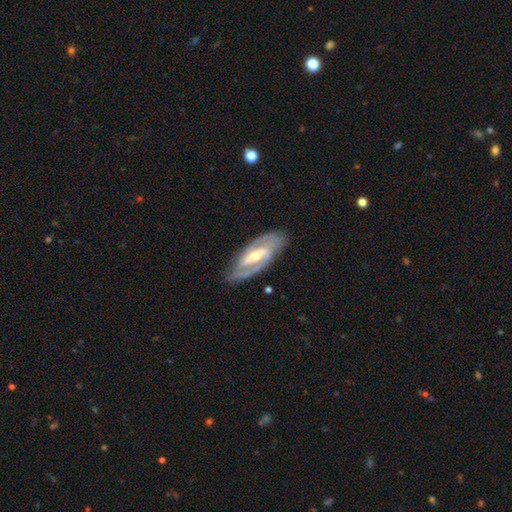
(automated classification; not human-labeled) This is clearly a featured or disk galaxy (87%). It is clearly not viewed edge-on (93%). Bar: possibly strong (52%). Spiral arm pattern: clearly yes (93%). Spiral arm count: clearly 2 (88%). Spiral winding: possibly medium (48%). Central bulge: possibly moderate (53%). Merging: clearly none (83%).